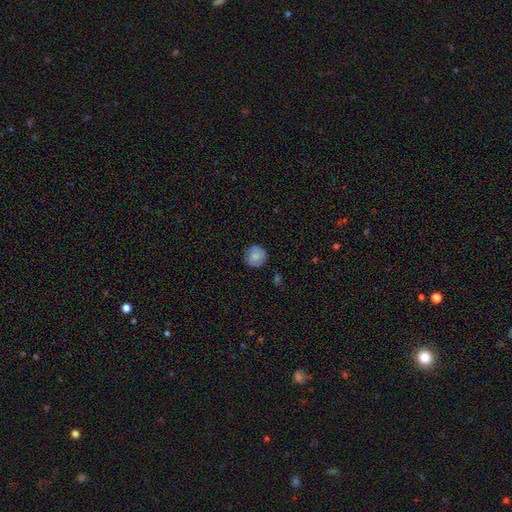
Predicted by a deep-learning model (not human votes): smooth_or_featured: smooth (p=0.80) [alt: featured or disk p=0.13]
how_rounded: round (p=0.93) [alt: in between p=0.06]
merging: none (p=0.84) [alt: minor disturbance p=0.12]